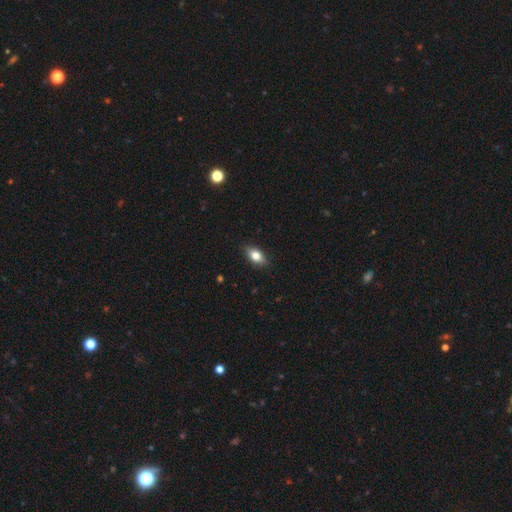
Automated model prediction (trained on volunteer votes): This appears to be a smooth galaxy with no disk features (73%) that is in between round and cigar-shaped (83%). Merging: none (86%).